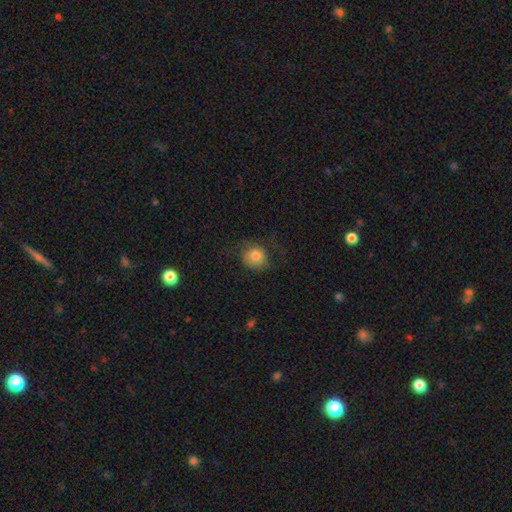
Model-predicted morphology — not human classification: A smooth galaxy with no disk features (77%) that is round (83%). Merging: none (59%).